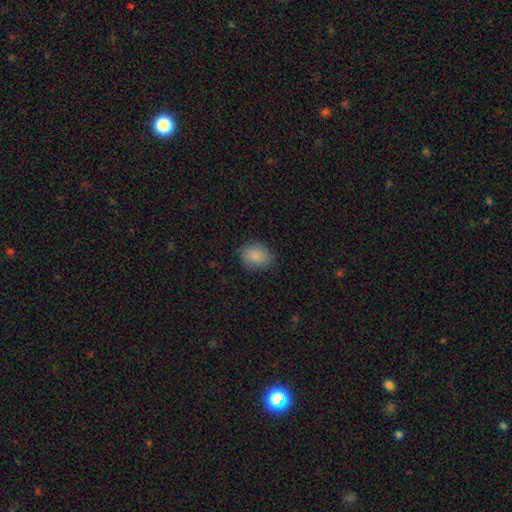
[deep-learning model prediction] A smooth galaxy with no disk features (87%) that is in between round and cigar-shaped (50%).

Vote fractions:
- Smooth or featured? smooth: 87% / star or artifact: 8% / featured or disk: 5%
- How rounded? in between: 50% / round: 49% / cigar-shaped: 1%
- Merging? none: 83% / minor disturbance: 13% / major disturbance: 3% / merger: 1%